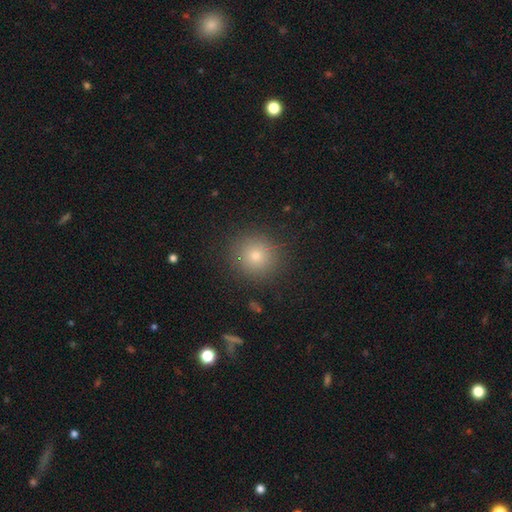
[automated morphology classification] A smooth galaxy with no disk features (76%) that is round (93%). Merging: none (90%).